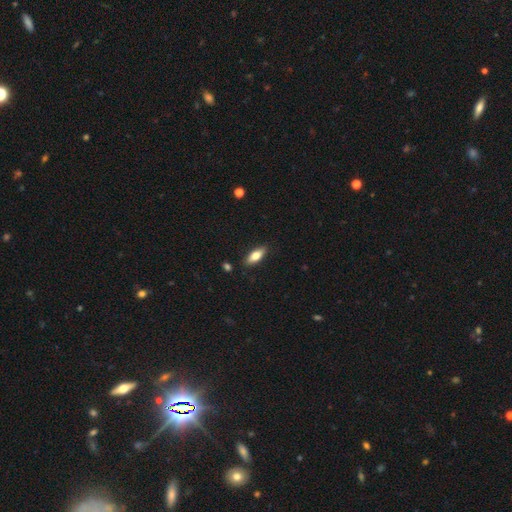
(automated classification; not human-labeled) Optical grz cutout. It shows a smooth galaxy with no disk features (72%) that is in between round and cigar-shaped (72%). Merging: none (87%).